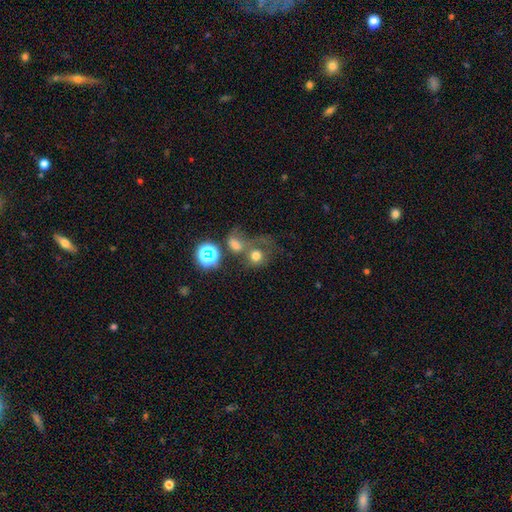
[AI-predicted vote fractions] The model was most divided on "merging": merger: 44%, none: 30%, major disturbance: 15%, minor disturbance: 10%. More confident: how rounded — round (74%); smooth or featured — smooth (63%).